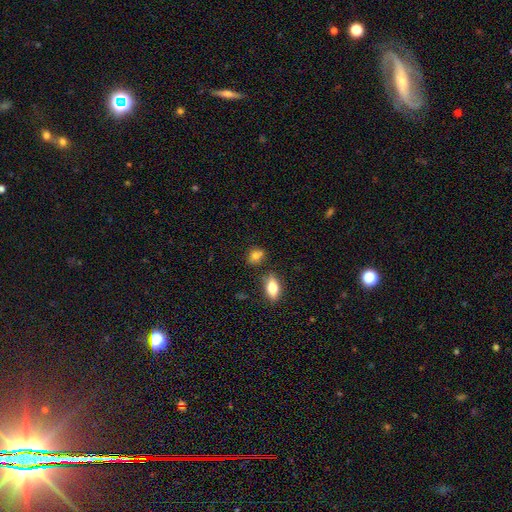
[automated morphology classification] smooth 78%, star or artifact 12%, featured or disk 10%. Down the decision tree: how rounded — round (53%); merging — none (66%).